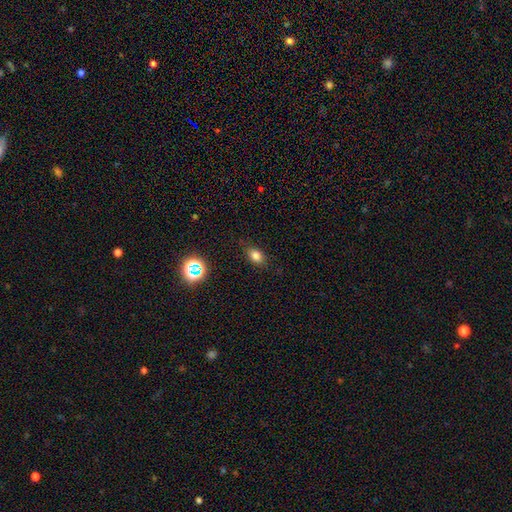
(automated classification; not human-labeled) The model was most divided on "how rounded": in between: 75%, round: 23%, cigar-shaped: 2%. More confident: merging — none (81%); smooth or featured — smooth (78%).